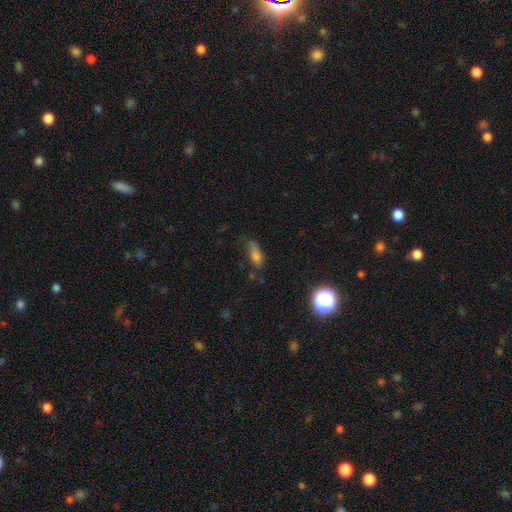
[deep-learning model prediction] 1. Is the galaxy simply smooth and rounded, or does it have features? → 69% smooth, 16% featured or disk, 15% star or artifact.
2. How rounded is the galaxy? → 70% in between, 24% cigar-shaped, 6% round.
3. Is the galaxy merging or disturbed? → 48% none, 33% minor disturbance, 15% major disturbance, 4% merger.